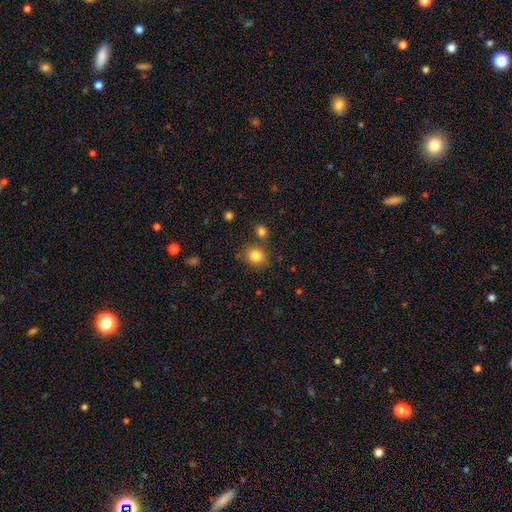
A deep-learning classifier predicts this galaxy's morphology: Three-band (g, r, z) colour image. It shows a smooth galaxy with no disk features (84%) that is round (72%). Merging: none (74%).